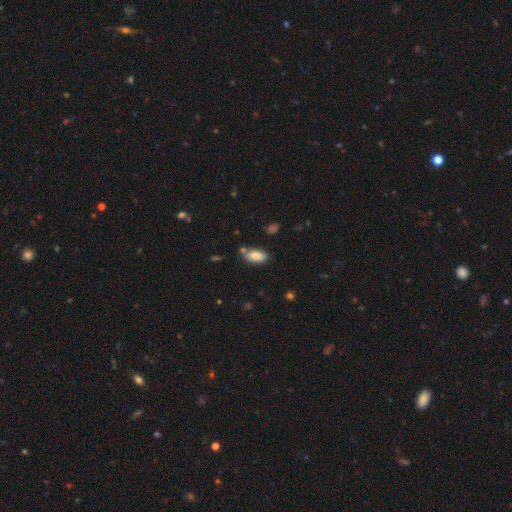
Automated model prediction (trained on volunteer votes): Overall: smooth (86%). How rounded: in between (91%). Merging: none (72%).